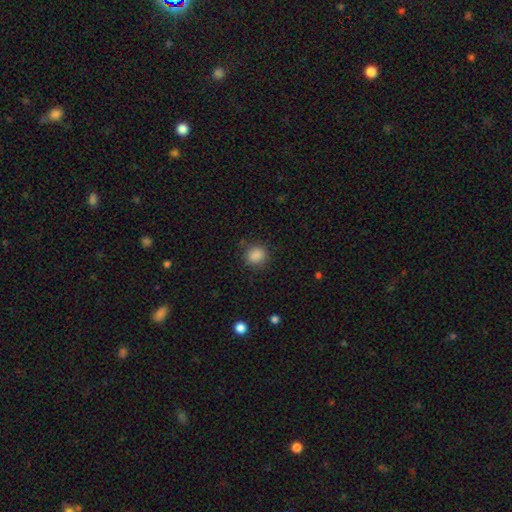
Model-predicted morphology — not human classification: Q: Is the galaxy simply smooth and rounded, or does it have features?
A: smooth — 87%.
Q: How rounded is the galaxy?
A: round — 77%.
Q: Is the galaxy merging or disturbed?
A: none — 84%.